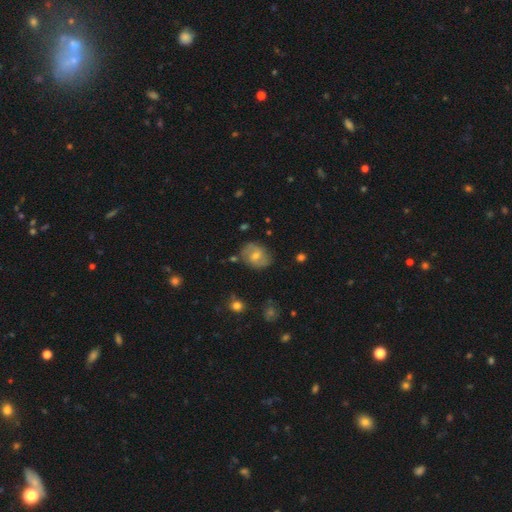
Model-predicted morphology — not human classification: This is possibly a smooth galaxy (50%). Merging: likely none (70%).